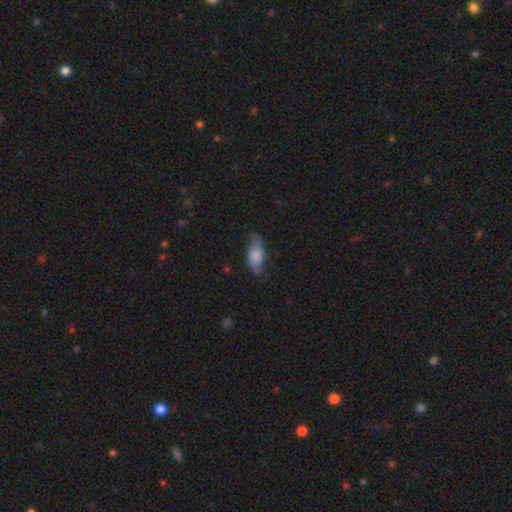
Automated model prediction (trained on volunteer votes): This is possibly a smooth galaxy (58%). How rounded: clearly in between (87%). Merging: possibly none (60%).